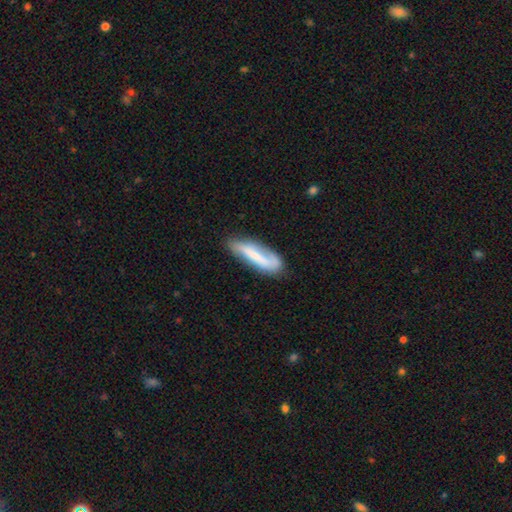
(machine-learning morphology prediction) type=smooth (51%); roundness=cigar-shaped (58%); merging=none (66%).